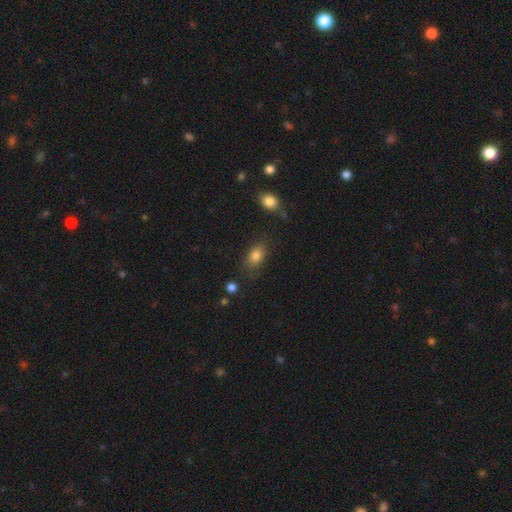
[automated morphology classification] The model was most divided on "merging": none: 72%, minor disturbance: 18%, major disturbance: 6%, merger: 3%. More confident: smooth or featured — smooth (83%); how rounded — in between (78%).